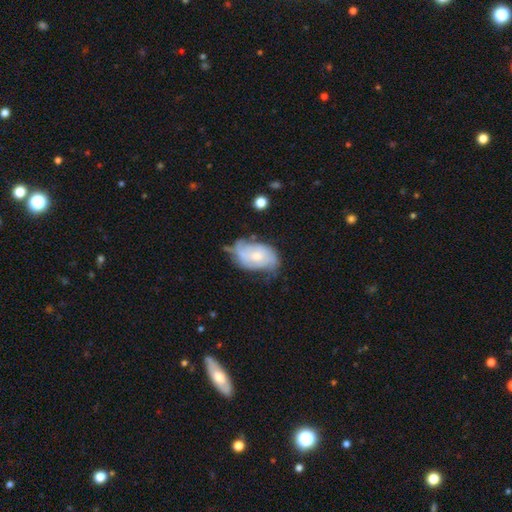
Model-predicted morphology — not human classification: Smooth or featured?
  - featured or disk: 60% *
  - smooth: 33%
  - star or artifact: 7%
Edge-on disk?
  - no: 96% *
  - yes: 4%
Bar?
  - no: 74% *
  - weak: 22%
  - strong: 4%
Spiral arms?
  - yes: 74% *
  - no: 26%
Bulge size?
  - small: 48% *
  - moderate: 46%
  - none: 3%
  - large: 3%
  - dominant: 1%
Merging?
  - none: 46% *
  - minor disturbance: 35%
  - major disturbance: 15%
  - merger: 4%